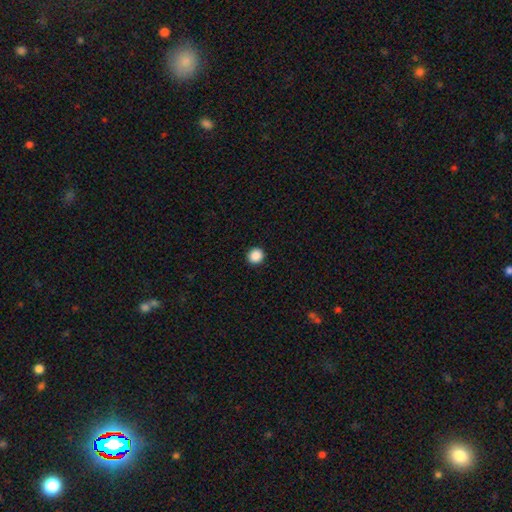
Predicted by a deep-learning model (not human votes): Q: Smooth or featured?
A: smooth (89%); runner-up: star or artifact (9%)
Q: How rounded?
A: round (94%); runner-up: in between (5%)
Q: Merging?
A: none (93%); runner-up: minor disturbance (4%)